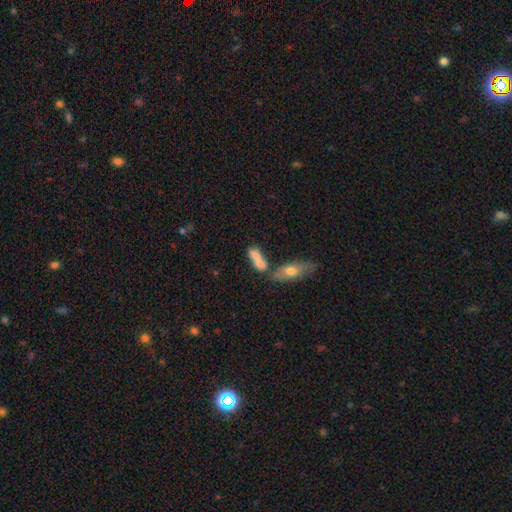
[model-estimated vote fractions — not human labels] A smooth galaxy with no disk features (71%) that is in between round and cigar-shaped (71%). Merging: merger (56%).